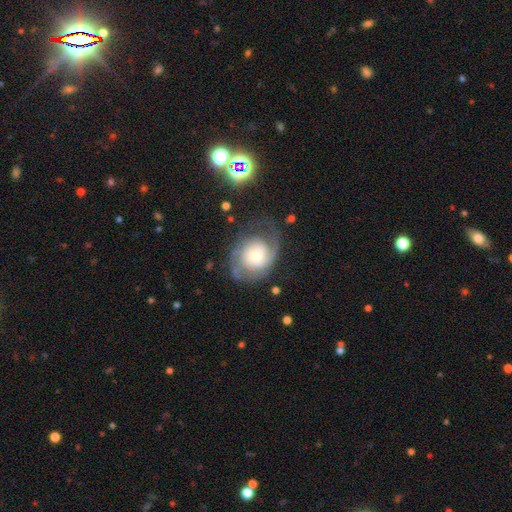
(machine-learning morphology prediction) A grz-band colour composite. It shows a featured or disk galaxy (80%) with no bar (65%), 2 (53%) tight (53%) spiral arms (93%) and a moderate central bulge (56%). Merging: none (60%).